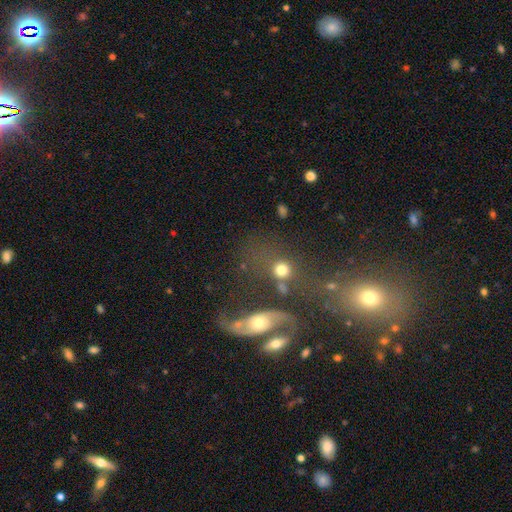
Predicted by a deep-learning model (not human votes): This is possibly a featured or disk galaxy (51%). It is clearly not viewed edge-on (88%). Merging: possibly merger (46%).